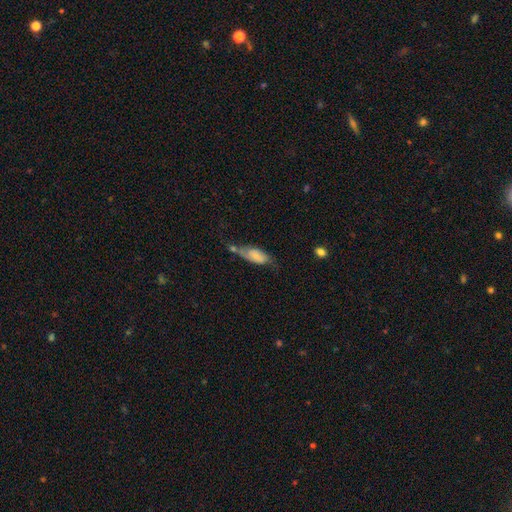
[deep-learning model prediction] Overall: smooth (68%). How rounded: in between (79%). Merging: none (33%; minor disturbance 30%).